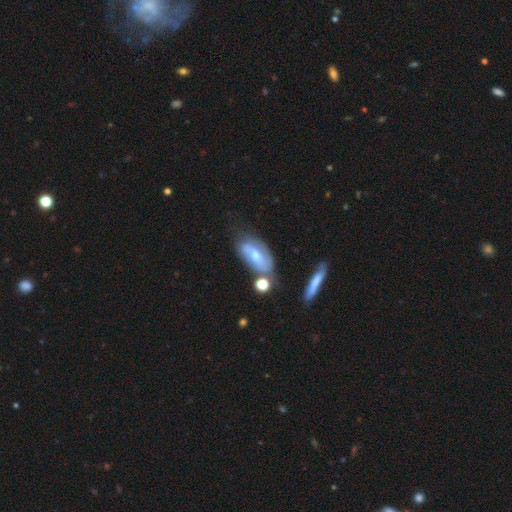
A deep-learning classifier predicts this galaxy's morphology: type=featured or disk (56%); edge-on=no (87%); merging=none (50%).